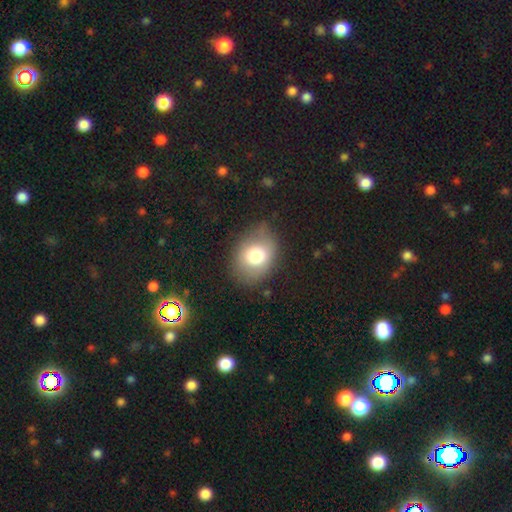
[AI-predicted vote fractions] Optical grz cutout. It shows a smooth galaxy with no disk features (73%) that is in between round and cigar-shaped (58%). Merging: none (71%).